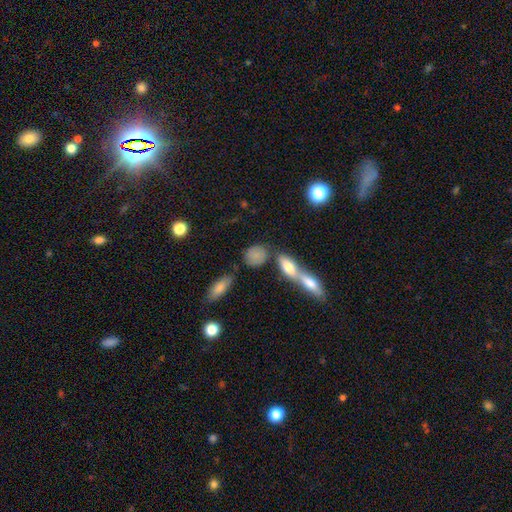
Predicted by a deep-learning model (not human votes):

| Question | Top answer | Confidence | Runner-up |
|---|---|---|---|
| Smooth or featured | smooth | 80% | featured or disk (11%) |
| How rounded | in between | 55% | round (38%) |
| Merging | none | 56% | merger (25%) |